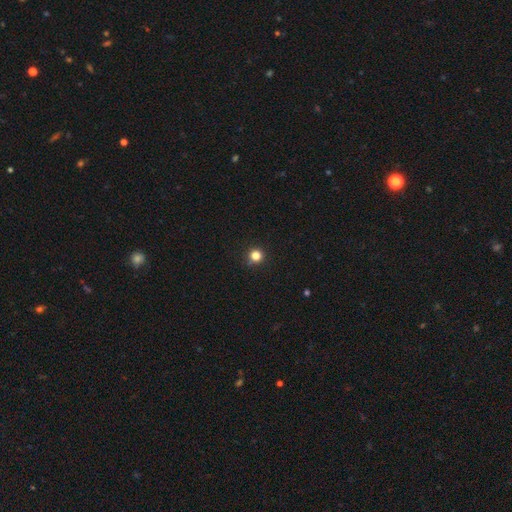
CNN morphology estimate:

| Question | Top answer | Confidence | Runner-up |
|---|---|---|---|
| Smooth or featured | smooth | 81% | star or artifact (15%) |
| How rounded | round | 95% | in between (4%) |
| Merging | none | 91% | minor disturbance (6%) |